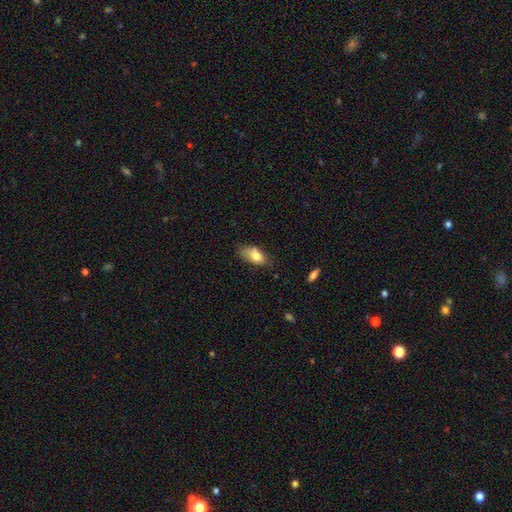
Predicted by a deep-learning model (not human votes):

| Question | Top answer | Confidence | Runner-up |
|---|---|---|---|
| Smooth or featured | smooth | 77% | featured or disk (15%) |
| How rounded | in between | 88% | cigar-shaped (6%) |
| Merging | none | 51% | minor disturbance (34%) |